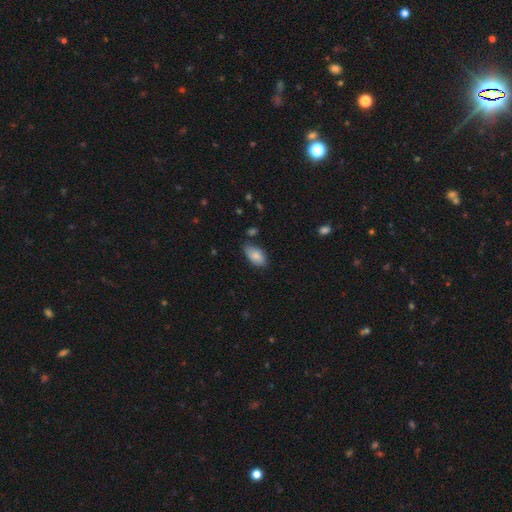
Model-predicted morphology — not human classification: smooth-or-featured: smooth: 85% | featured or disk: 8% | star or artifact: 7%
  how-rounded: in between: 93% | round: 4% | cigar-shaped: 3%
  merging: none: 68% | minor disturbance: 24% | major disturbance: 4% | merger: 4%